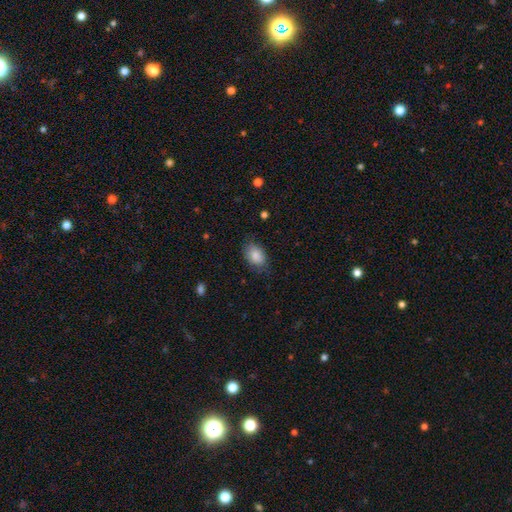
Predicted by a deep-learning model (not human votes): The model was most divided on "merging": none: 73%, minor disturbance: 21%, major disturbance: 5%, merger: 1%. More confident: how rounded — in between (86%); smooth or featured — smooth (86%).